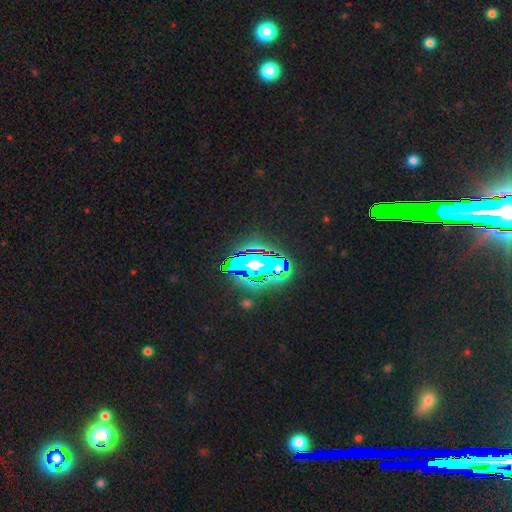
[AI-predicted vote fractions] smooth_or_featured: star or artifact (p=0.59) [alt: smooth p=0.21]